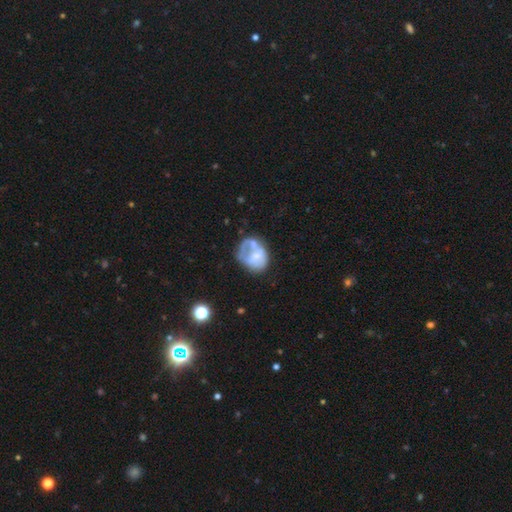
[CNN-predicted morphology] featured or disk 48%, smooth 43%, star or artifact 9%. Down the decision tree: merging — none (33%).